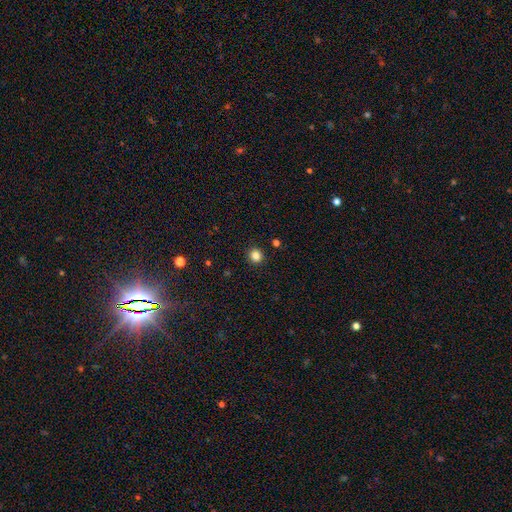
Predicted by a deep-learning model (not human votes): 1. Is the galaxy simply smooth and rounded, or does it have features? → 84% smooth, 12% star or artifact, 4% featured or disk.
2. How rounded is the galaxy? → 91% round, 8% in between, 1% cigar-shaped.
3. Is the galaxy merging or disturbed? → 92% none, 5% minor disturbance, 2% major disturbance, 1% merger.